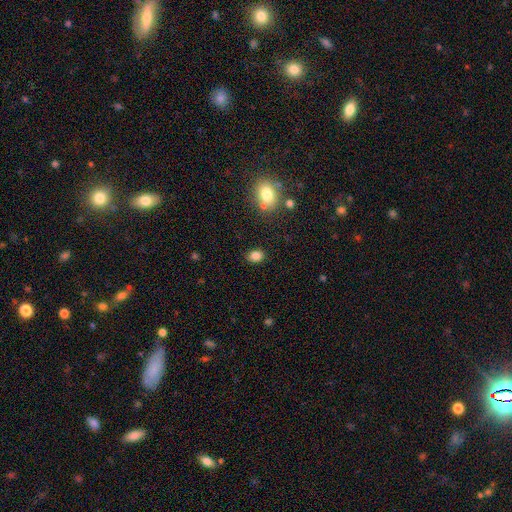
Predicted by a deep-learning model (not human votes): smooth-or-featured: smooth: 83% | star or artifact: 11% | featured or disk: 5%
  how-rounded: in between: 67% | round: 31% | cigar-shaped: 1%
  merging: none: 84% | minor disturbance: 10% | major disturbance: 3% | merger: 3%